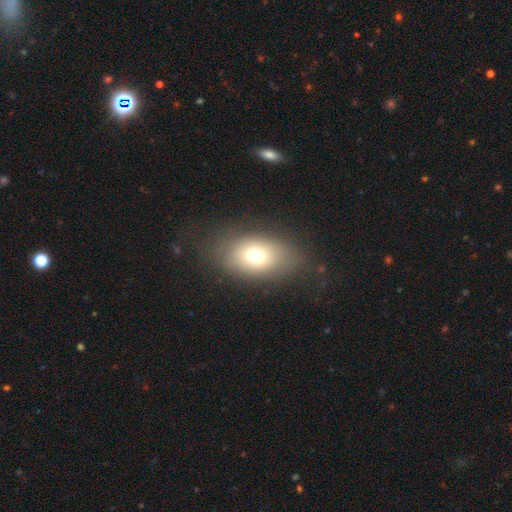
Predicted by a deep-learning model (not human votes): Smooth or featured? Predicted: smooth (p=0.70). How rounded? Predicted: in between (p=0.76). Merging? Predicted: none (p=0.75).